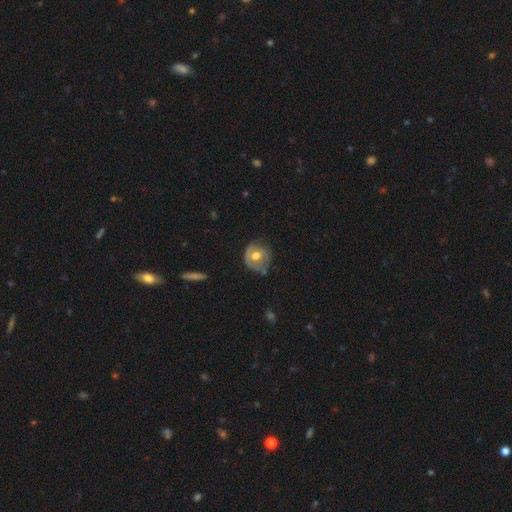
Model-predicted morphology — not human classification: smooth-or-featured: smooth: 47% (tied) | featured or disk: 47% (tied) | star or artifact: 6%
  merging: none: 53% | minor disturbance: 30% | major disturbance: 14% | merger: 3%